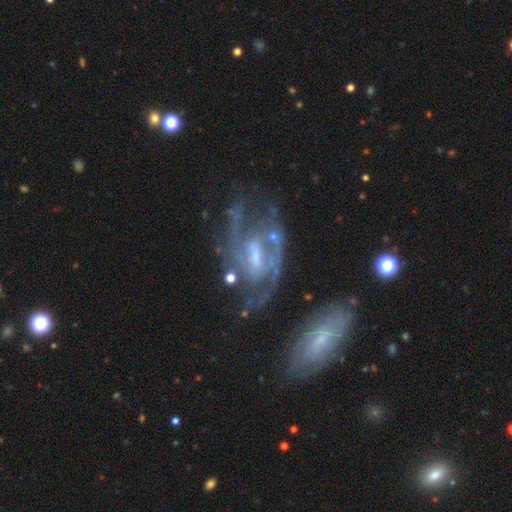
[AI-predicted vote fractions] Smooth or featured? featured or disk (85%)
Edge-on disk? no (95%)
Bar? weak (49%)
Spiral arms? yes (88%)
Spiral winding? medium (48%)
Spiral arm count? 2 (49%)
Bulge size? small (41%)
Merging? none (53%)